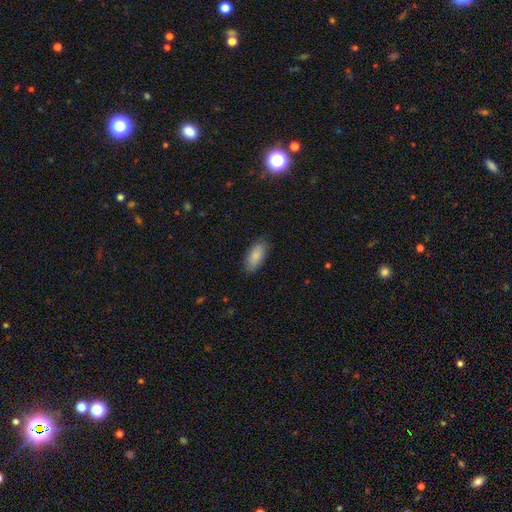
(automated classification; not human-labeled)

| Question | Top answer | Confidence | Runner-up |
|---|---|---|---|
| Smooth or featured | smooth | 88% | featured or disk (6%) |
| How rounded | in between | 89% | cigar-shaped (9%) |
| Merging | none | 85% | minor disturbance (12%) |